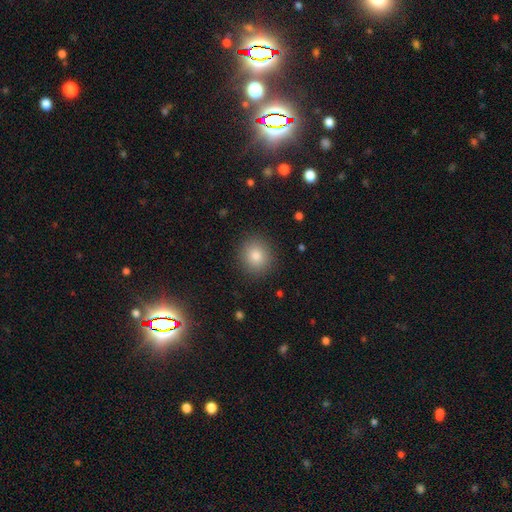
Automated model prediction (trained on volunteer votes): Smooth or featured?
  - smooth: 81% *
  - star or artifact: 12%
  - featured or disk: 7%
How rounded?
  - round: 87% *
  - in between: 12%
  - cigar-shaped: 1%
Merging?
  - none: 90% *
  - minor disturbance: 6%
  - major disturbance: 2%
  - merger: 1%